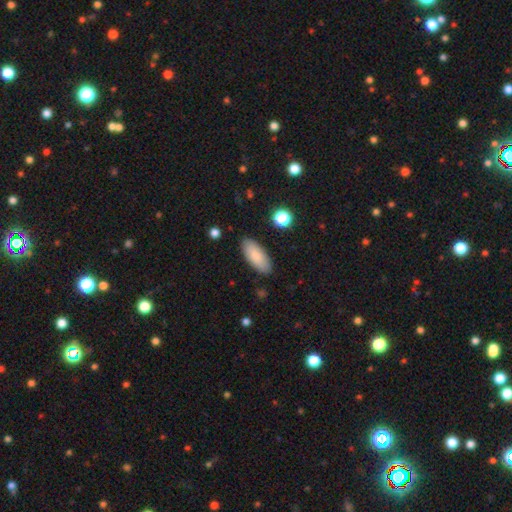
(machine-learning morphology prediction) smooth_or_featured: smooth (p=0.85) [alt: featured or disk p=0.09]
how_rounded: in between (p=0.82) [alt: cigar-shaped p=0.16]
merging: none (p=0.88) [alt: minor disturbance p=0.09]